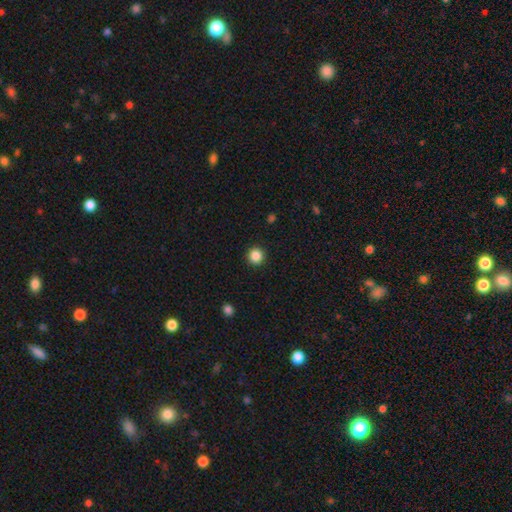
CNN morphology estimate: Smooth or featured? smooth (86%)
How rounded? round (95%)
Merging? none (93%)